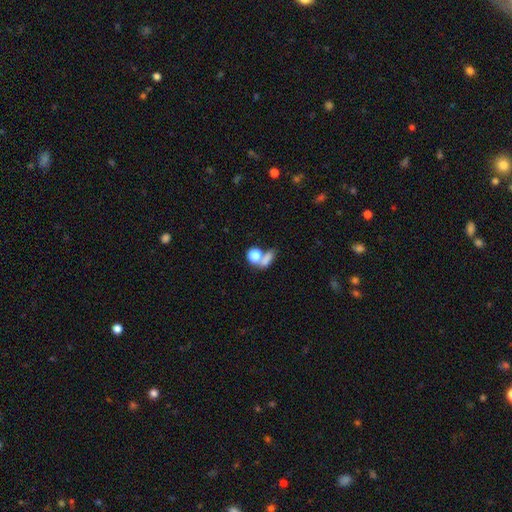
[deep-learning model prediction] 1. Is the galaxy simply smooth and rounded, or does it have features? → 79% smooth, 11% featured or disk, 10% star or artifact.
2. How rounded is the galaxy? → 62% round, 34% in between, 4% cigar-shaped.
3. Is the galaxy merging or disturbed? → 48% merger, 37% none, 9% minor disturbance, 7% major disturbance.